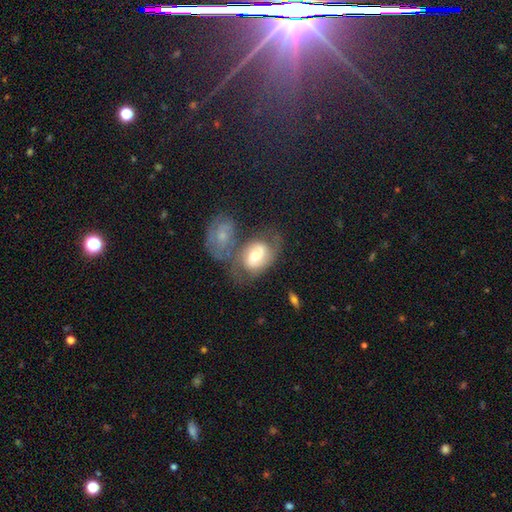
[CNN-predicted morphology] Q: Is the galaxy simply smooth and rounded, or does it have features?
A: featured or disk — 54%.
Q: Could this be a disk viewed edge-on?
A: no — 95%.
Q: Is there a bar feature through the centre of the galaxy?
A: no — 45%.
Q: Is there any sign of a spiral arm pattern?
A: yes — 78%.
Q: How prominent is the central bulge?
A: moderate — 56%.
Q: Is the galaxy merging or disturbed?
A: none — 35%.